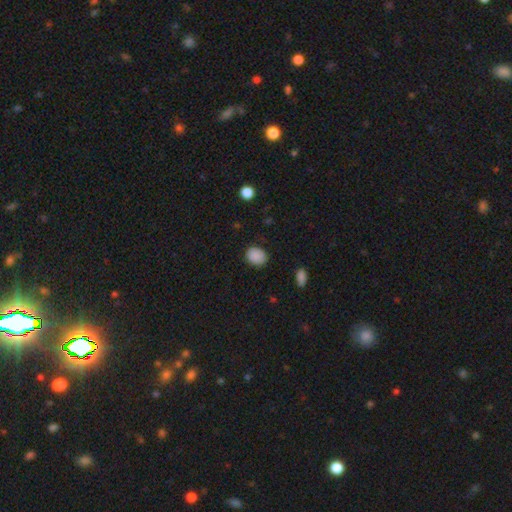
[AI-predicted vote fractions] Smooth or featured? Predicted: smooth (p=0.88). How rounded? Predicted: round (p=0.53). Merging? Predicted: none (p=0.84).